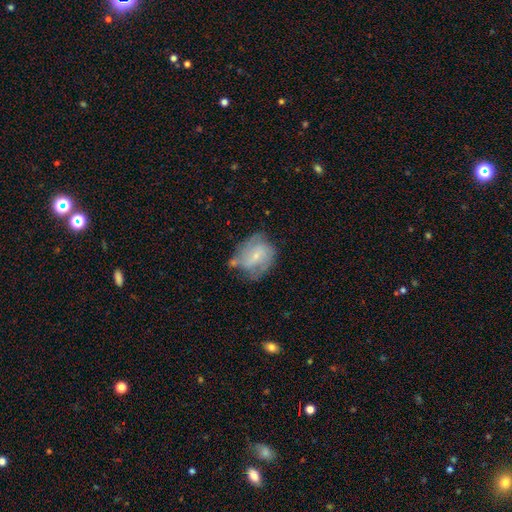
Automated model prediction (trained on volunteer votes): Smooth or featured: featured or disk — 63% (smooth — 30%)
Edge-on disk: no — 97% (yes — 3%)
Bar: weak — 47% (no — 39%)
Spiral arms: yes — 80% (no — 20%)
Bulge size: small — 71% (moderate — 22%)
Merging: none — 53% (minor disturbance — 28%)